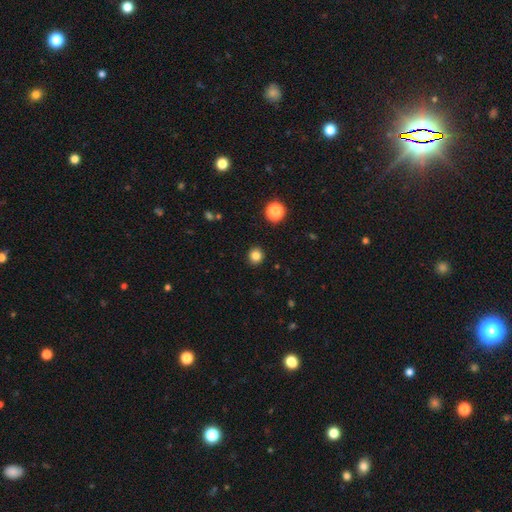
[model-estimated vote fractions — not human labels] A smooth galaxy with no disk features (83%) that is round (91%). Merging: none (92%).